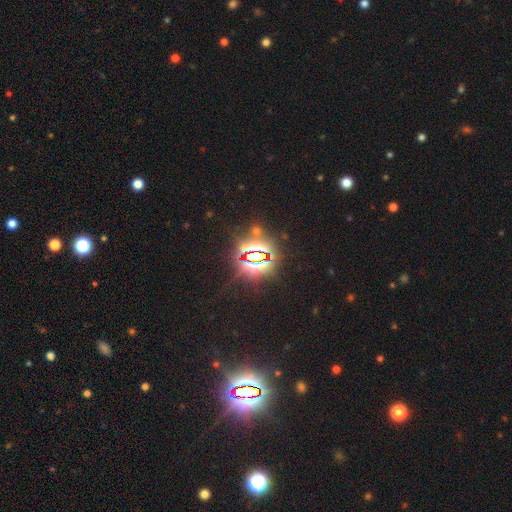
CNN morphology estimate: Smooth or featured? star or artifact (82%)